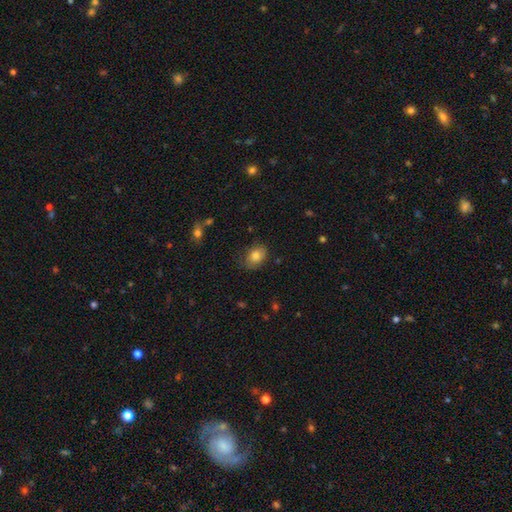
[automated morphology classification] Q: Smooth or featured?
A: smooth (82%); runner-up: featured or disk (9%)
Q: How rounded?
A: in between (64%); runner-up: round (35%)
Q: Merging?
A: none (73%); runner-up: minor disturbance (21%)